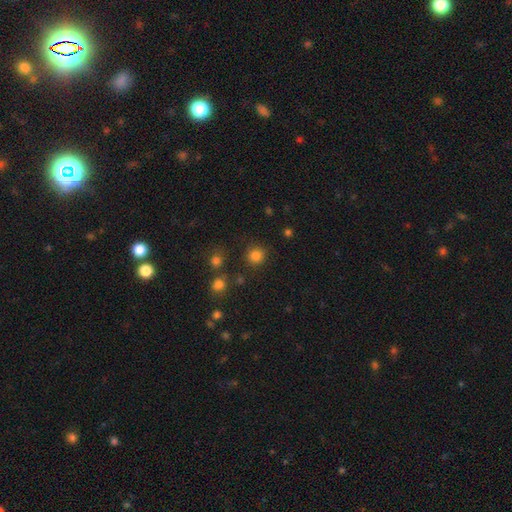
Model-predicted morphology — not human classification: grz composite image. It shows a smooth galaxy with no disk features (82%) that is round (92%). Merging: none (85%).